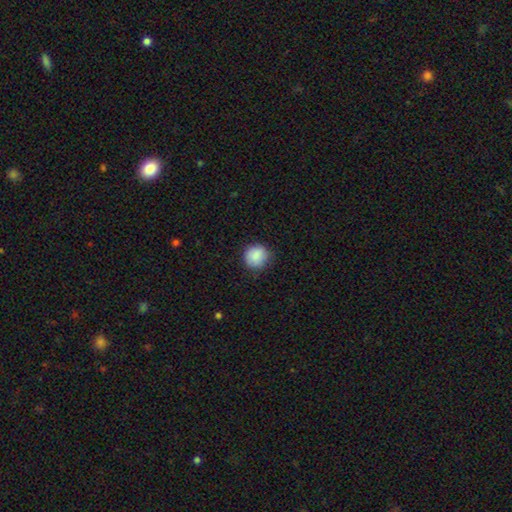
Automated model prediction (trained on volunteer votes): Smooth or featured? smooth (88%)
How rounded? round (91%)
Merging? none (83%)